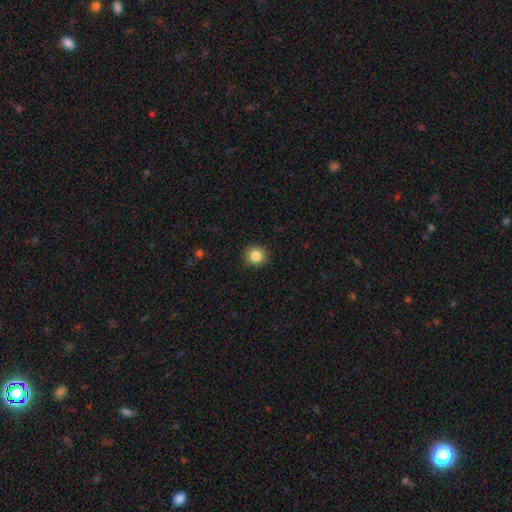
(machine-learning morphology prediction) Smooth or featured? Predicted: smooth (p=0.84). How rounded? Predicted: round (p=0.89). Merging? Predicted: none (p=0.91).